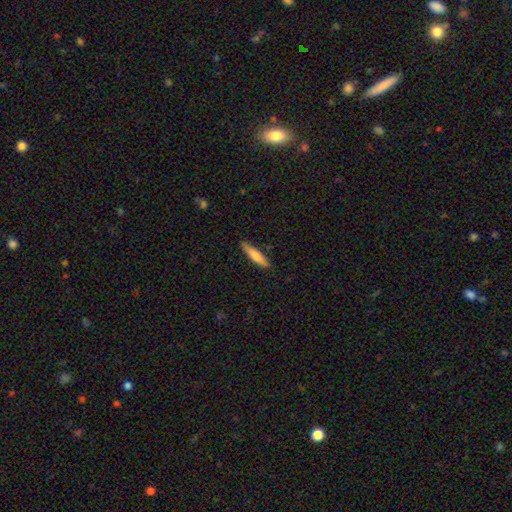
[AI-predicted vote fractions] A smooth galaxy with no disk features (71%) that is cigar-shaped (84%).

Vote fractions:
- Smooth or featured? smooth: 71% / featured or disk: 23% / star or artifact: 5%
- How rounded? cigar-shaped: 84% / in between: 14% / round: 1%
- Merging? none: 87% / minor disturbance: 10% / major disturbance: 2% / merger: 1%